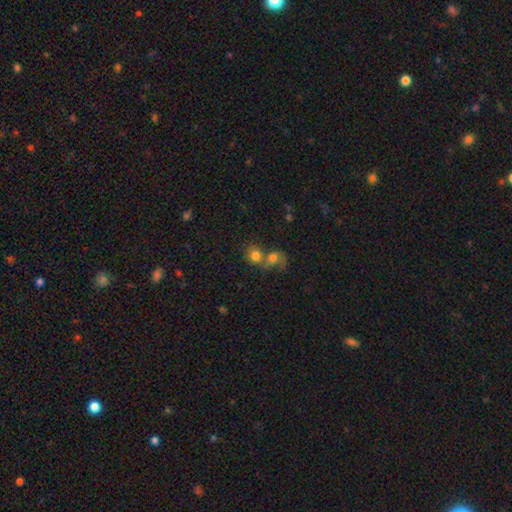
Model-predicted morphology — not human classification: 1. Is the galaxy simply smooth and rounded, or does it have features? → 77% smooth, 13% featured or disk, 11% star or artifact.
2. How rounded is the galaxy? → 68% round, 31% in between, 1% cigar-shaped.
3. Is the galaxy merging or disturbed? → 65% merger, 24% none, 6% minor disturbance, 5% major disturbance.